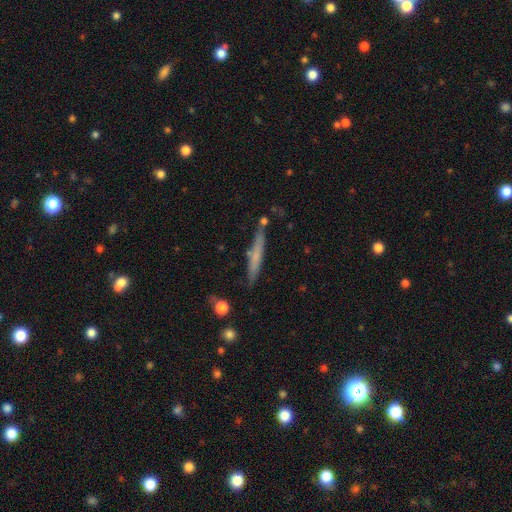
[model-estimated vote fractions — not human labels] Overall: smooth (56%; featured or disk 37%). How rounded: cigar-shaped (95%). Merging: none (79%).